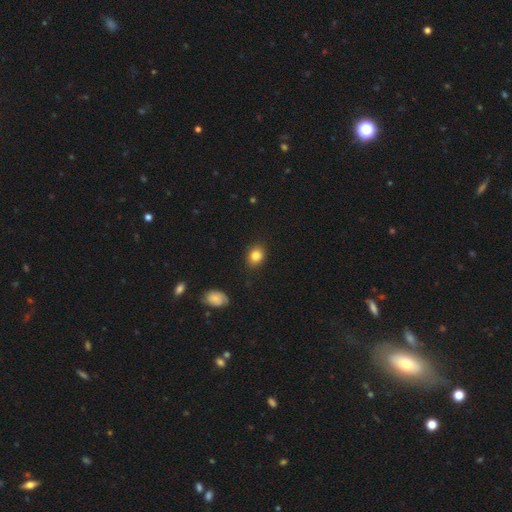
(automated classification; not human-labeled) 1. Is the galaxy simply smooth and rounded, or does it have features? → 83% smooth, 10% star or artifact, 7% featured or disk.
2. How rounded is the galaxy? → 51% in between, 48% round, 1% cigar-shaped.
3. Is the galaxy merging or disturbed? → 85% none, 11% minor disturbance, 2% major disturbance, 1% merger.